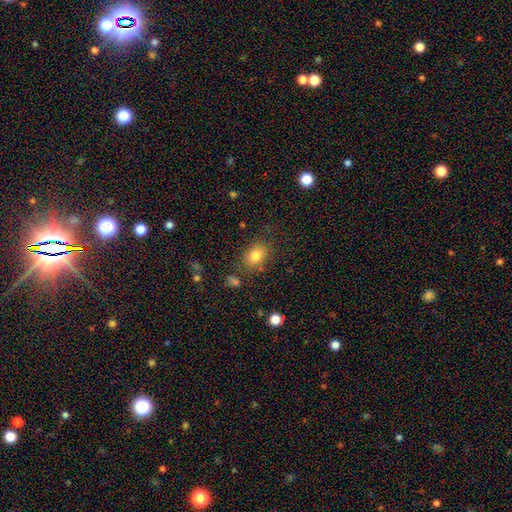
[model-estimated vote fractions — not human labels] Morphology: type=smooth (80%); roundness=in between (68%); merging=none (76%).